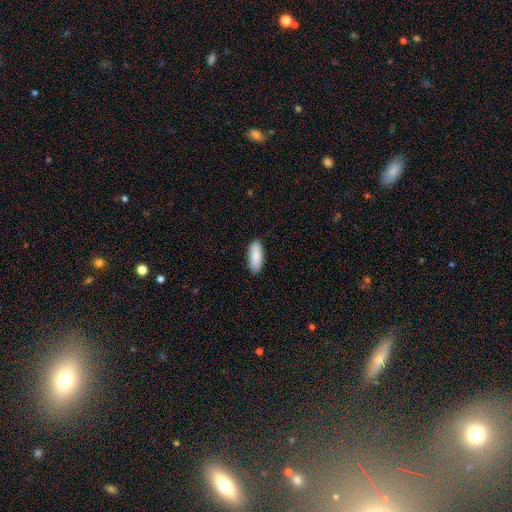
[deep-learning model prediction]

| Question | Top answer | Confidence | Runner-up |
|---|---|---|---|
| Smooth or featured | smooth | 90% | star or artifact (6%) |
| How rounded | in between | 76% | cigar-shaped (22%) |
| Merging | none | 90% | minor disturbance (8%) |